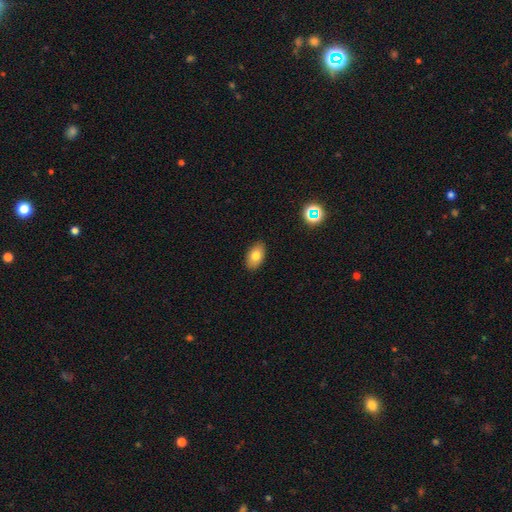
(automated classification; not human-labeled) This is likely a smooth galaxy (77%). How rounded: clearly in between (91%). Merging: clearly none (89%).